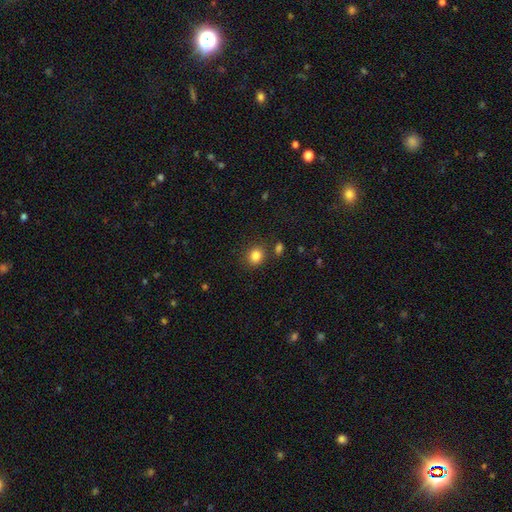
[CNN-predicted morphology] smooth 84%, star or artifact 11%, featured or disk 5%. Down the decision tree: how rounded — round (72%); merging — none (81%).